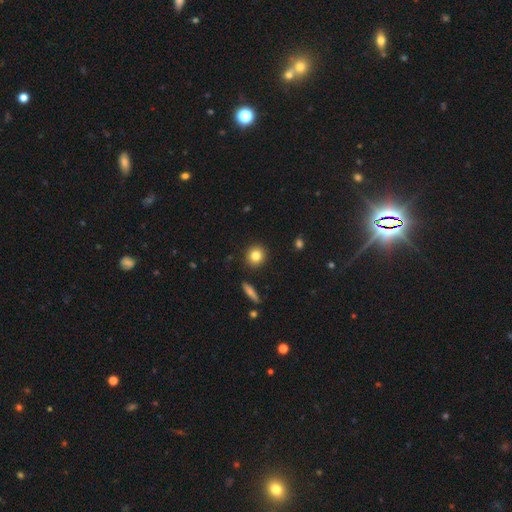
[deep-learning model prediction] Q: Smooth or featured?
A: smooth (83%); runner-up: star or artifact (10%)
Q: How rounded?
A: round (85%); runner-up: in between (13%)
Q: Merging?
A: none (91%); runner-up: minor disturbance (6%)